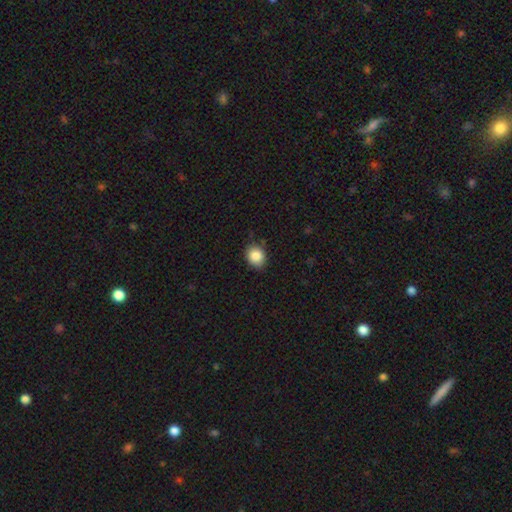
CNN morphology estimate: Q: Smooth or featured?
A: smooth (86%); runner-up: star or artifact (9%)
Q: How rounded?
A: round (62%); runner-up: in between (37%)
Q: Merging?
A: none (83%); runner-up: minor disturbance (14%)